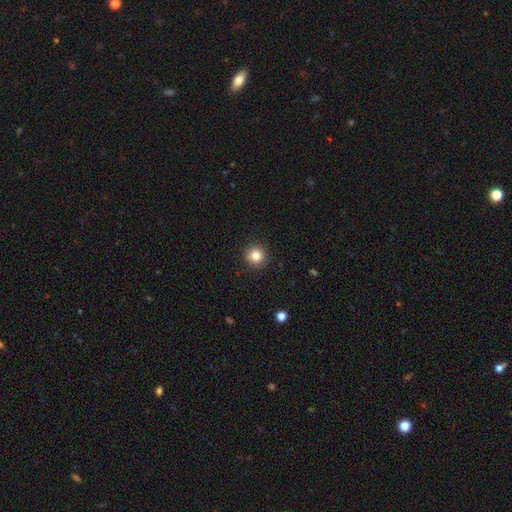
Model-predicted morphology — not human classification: Q: Smooth or featured?
A: smooth (84%); runner-up: star or artifact (11%)
Q: How rounded?
A: round (94%); runner-up: in between (5%)
Q: Merging?
A: none (92%); runner-up: minor disturbance (6%)